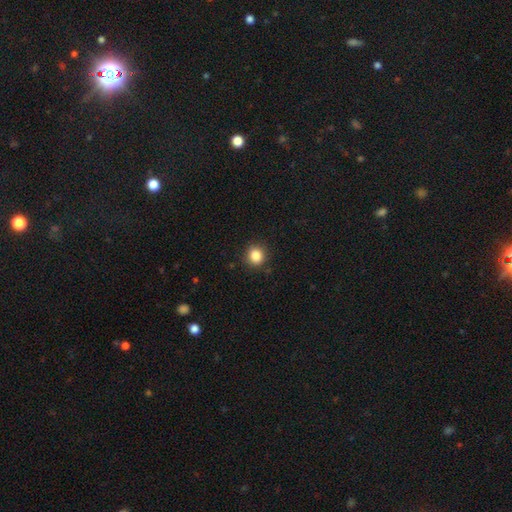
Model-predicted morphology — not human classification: A smooth galaxy with no disk features (85%) that is round (88%).

Vote fractions:
- Smooth or featured? smooth: 85% / star or artifact: 11% / featured or disk: 4%
- How rounded? round: 88% / in between: 11% / cigar-shaped: 1%
- Merging? none: 89% / minor disturbance: 8% / major disturbance: 2% / merger: 1%